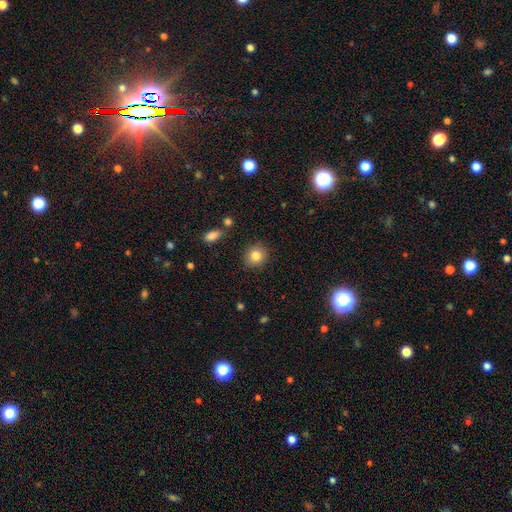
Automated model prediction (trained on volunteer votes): Morphology: type=smooth (83%); roundness=round (85%); merging=none (87%).